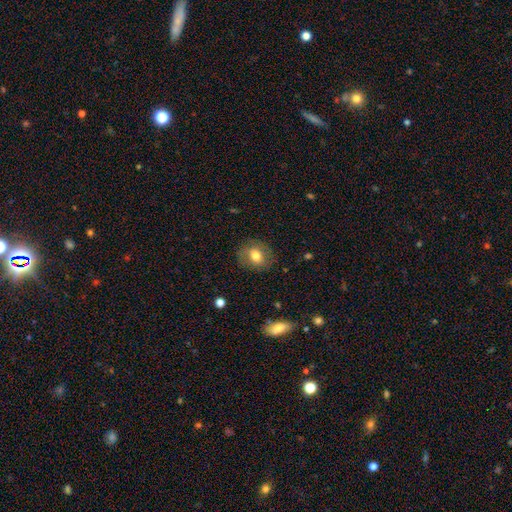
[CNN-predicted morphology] Smooth or featured? Predicted: smooth (p=0.73). How rounded? Predicted: round (p=0.57). Merging? Predicted: none (p=0.81).